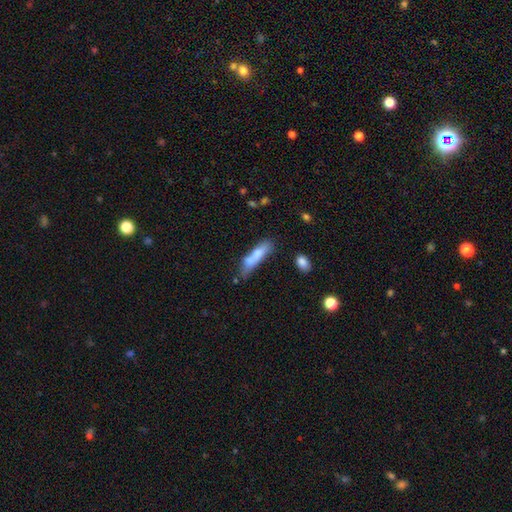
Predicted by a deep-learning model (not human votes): The model was most divided on "merging": none: 37%, merger: 28%, minor disturbance: 23%, major disturbance: 12%. More confident: smooth or featured — smooth (69%); how rounded — cigar-shaped (67%).